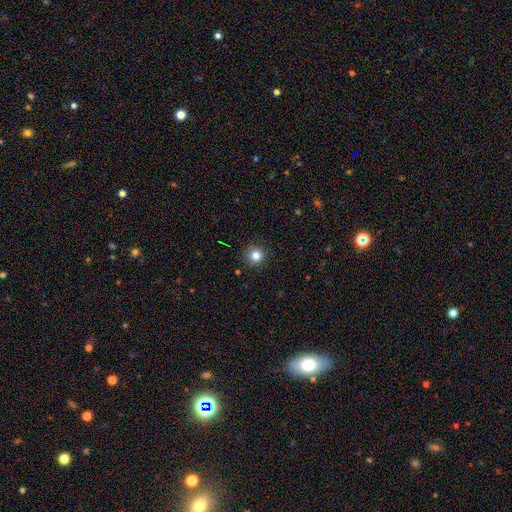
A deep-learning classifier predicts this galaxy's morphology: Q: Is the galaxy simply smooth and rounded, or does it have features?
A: smooth — 82%.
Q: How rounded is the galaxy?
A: round — 95%.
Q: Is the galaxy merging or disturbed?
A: none — 91%.